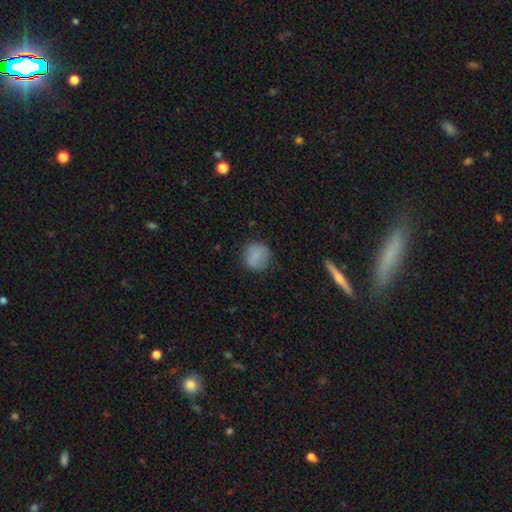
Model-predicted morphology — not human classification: Q: Smooth or featured?
A: smooth (79%); runner-up: featured or disk (11%)
Q: How rounded?
A: round (88%); runner-up: in between (11%)
Q: Merging?
A: none (81%); runner-up: minor disturbance (14%)